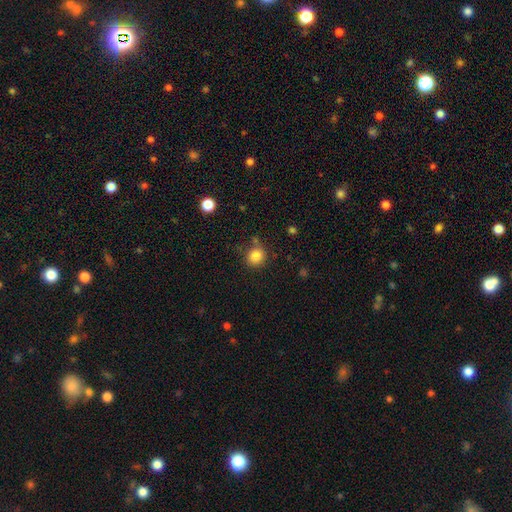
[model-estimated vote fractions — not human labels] Smooth or featured? smooth (83%)
How rounded? round (88%)
Merging? none (77%)